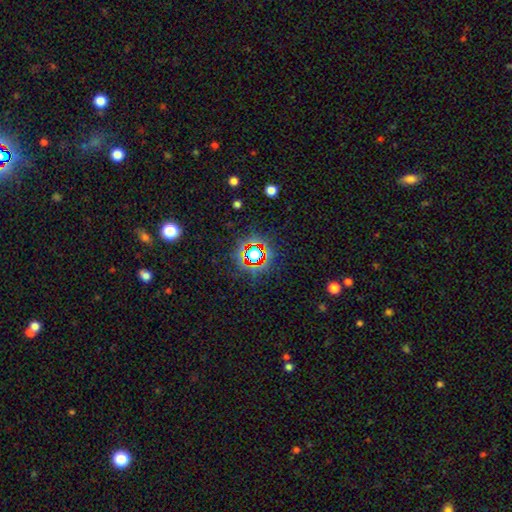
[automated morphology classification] A star or artifact, not a galaxy (72%).

Vote fractions:
- Smooth or featured? star or artifact: 72% / smooth: 17% / featured or disk: 11%